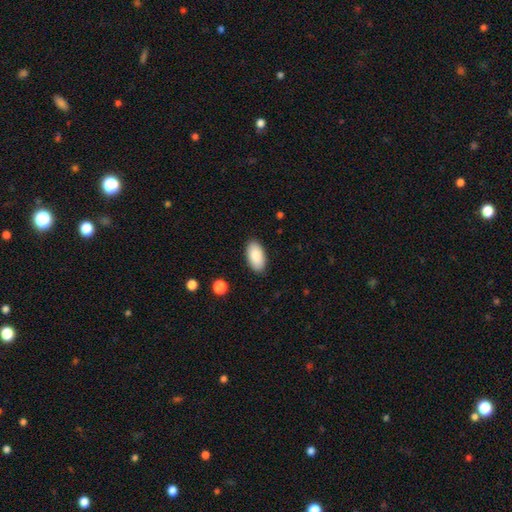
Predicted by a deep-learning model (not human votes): smooth 89%, star or artifact 6%, featured or disk 5%. Down the decision tree: how rounded — in between (95%); merging — none (89%).